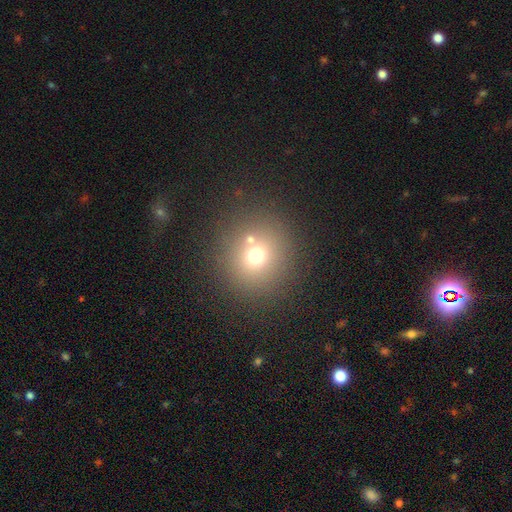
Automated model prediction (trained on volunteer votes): Q: Smooth or featured?
A: smooth (68%); runner-up: star or artifact (20%)
Q: How rounded?
A: round (92%); runner-up: in between (8%)
Q: Merging?
A: none (77%); runner-up: merger (11%)